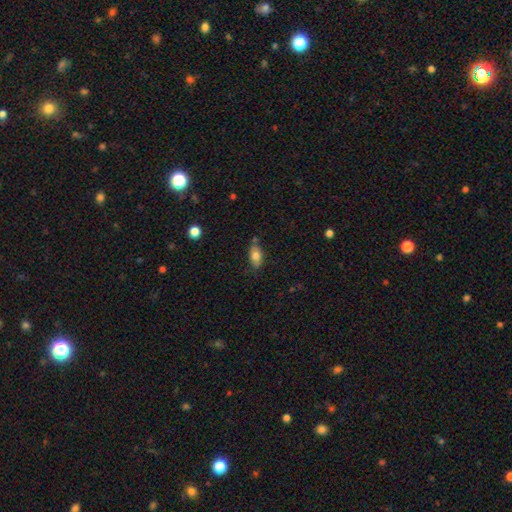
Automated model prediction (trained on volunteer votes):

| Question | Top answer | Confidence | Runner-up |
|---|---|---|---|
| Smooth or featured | smooth | 77% | featured or disk (14%) |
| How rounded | in between | 87% | round (6%) |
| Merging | none | 71% | minor disturbance (20%) |